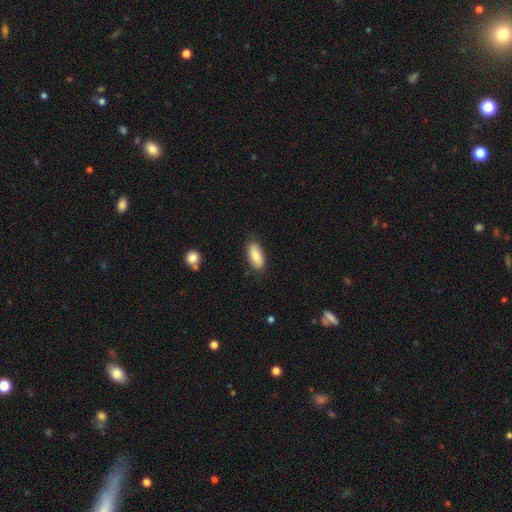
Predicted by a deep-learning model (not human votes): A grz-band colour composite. It shows a smooth galaxy with no disk features (85%) that is in between round and cigar-shaped (86%). Merging: none (82%).